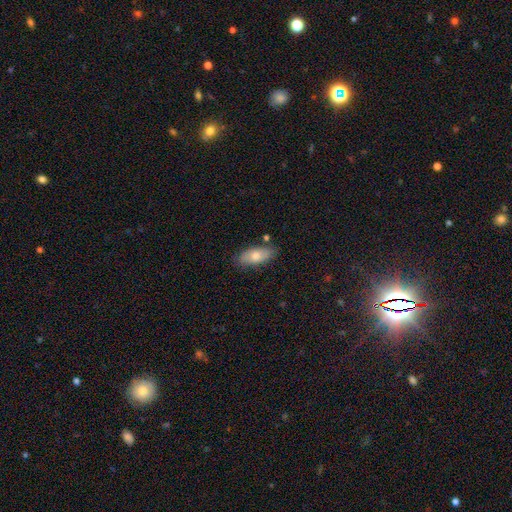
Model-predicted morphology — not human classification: smooth 71%, featured or disk 22%, star or artifact 7%. Down the decision tree: how rounded — in between (84%); merging — none (80%).